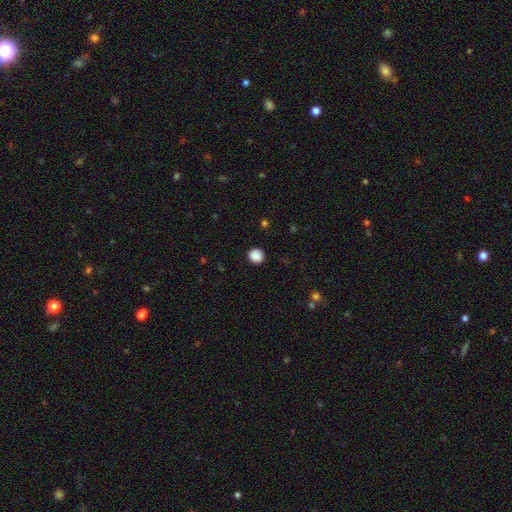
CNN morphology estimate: smooth-or-featured: smooth: 88% | star or artifact: 9% | featured or disk: 3%
  how-rounded: round: 87% | in between: 12% | cigar-shaped: 1%
  merging: none: 90% | minor disturbance: 7% | major disturbance: 2% | merger: 1%